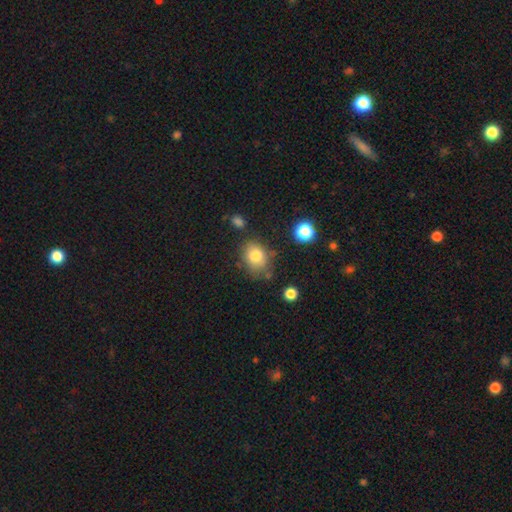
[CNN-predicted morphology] A smooth galaxy with no disk features (78%) that is in between round and cigar-shaped (55%). Merging: none (64%).